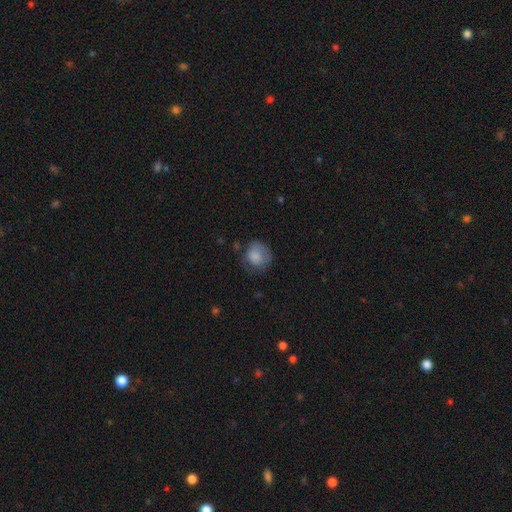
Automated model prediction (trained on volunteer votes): This is likely a smooth galaxy (78%). How rounded: likely round (77%). Merging: possibly none (54%).